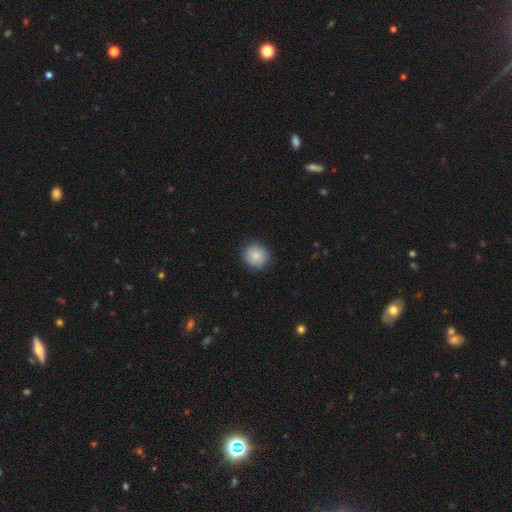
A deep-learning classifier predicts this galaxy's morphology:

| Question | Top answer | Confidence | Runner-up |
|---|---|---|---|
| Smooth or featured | smooth | 87% | star or artifact (7%) |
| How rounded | round | 87% | in between (12%) |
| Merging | none | 88% | minor disturbance (9%) |